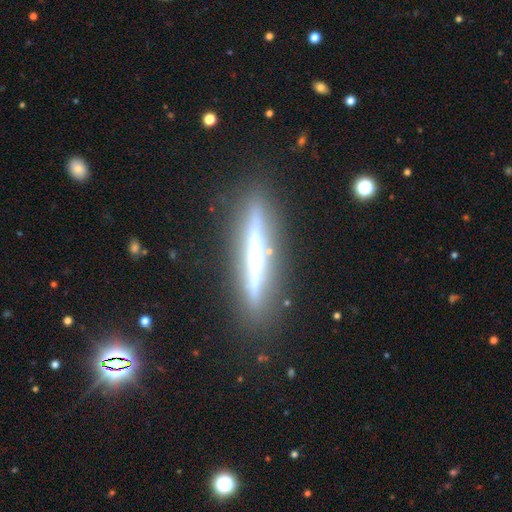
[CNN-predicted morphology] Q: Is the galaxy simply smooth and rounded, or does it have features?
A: featured or disk — 76%.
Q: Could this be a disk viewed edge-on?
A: yes — 95%.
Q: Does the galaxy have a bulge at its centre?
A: none — 43%.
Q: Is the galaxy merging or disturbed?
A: none — 86%.